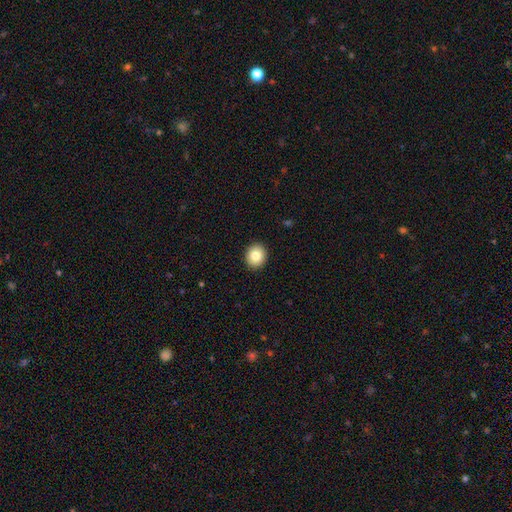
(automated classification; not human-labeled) Smooth or featured: smooth — 83% (star or artifact — 9%)
How rounded: round — 76% (in between — 23%)
Merging: none — 92% (minor disturbance — 5%)